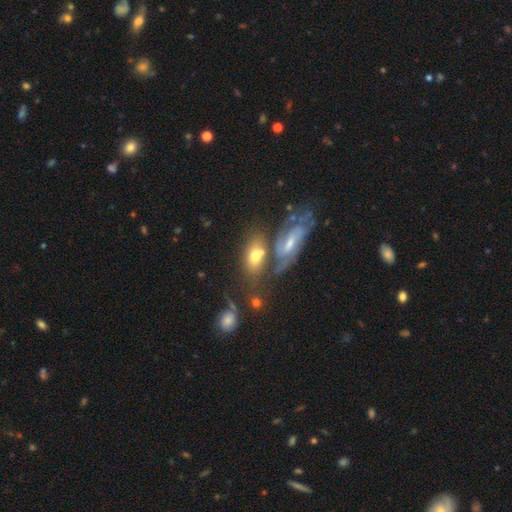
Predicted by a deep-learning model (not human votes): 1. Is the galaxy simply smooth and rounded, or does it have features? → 56% smooth, 35% featured or disk, 9% star or artifact.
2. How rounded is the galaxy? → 84% in between, 12% round, 5% cigar-shaped.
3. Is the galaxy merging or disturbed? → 42% merger, 35% none, 14% minor disturbance, 9% major disturbance.